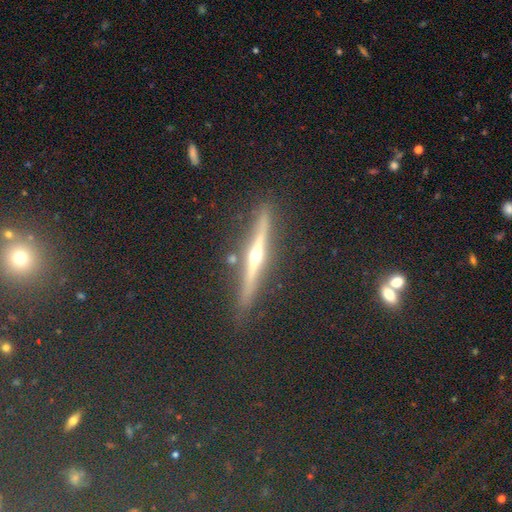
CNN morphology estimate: A featured or disk galaxy (47%).

Vote fractions:
- Smooth or featured? featured or disk: 47% / star or artifact: 31% / smooth: 22%
- Merging? none: 86% / minor disturbance: 7% / major disturbance: 3% / merger: 3%